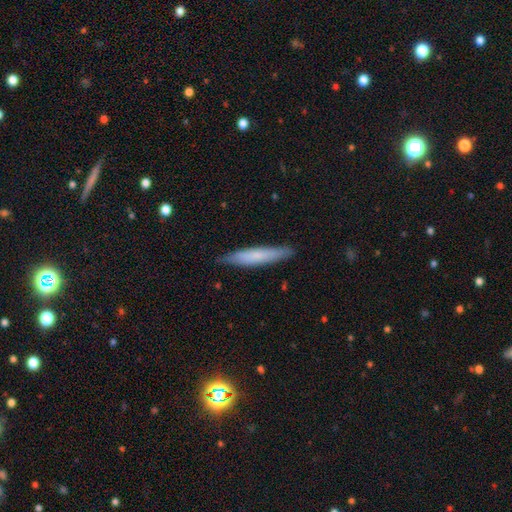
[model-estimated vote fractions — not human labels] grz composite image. It shows a smooth galaxy with no disk features (68%) that is cigar-shaped (91%). Merging: none (86%).